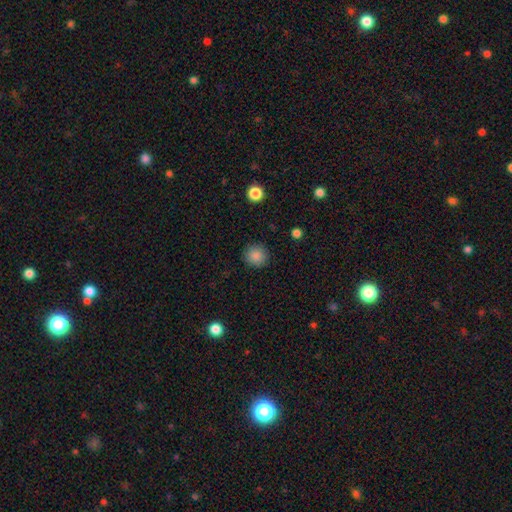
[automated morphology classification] smooth_or_featured: smooth (p=0.87) [alt: star or artifact p=0.10]
how_rounded: round (p=0.92) [alt: in between p=0.07]
merging: none (p=0.91) [alt: minor disturbance p=0.06]